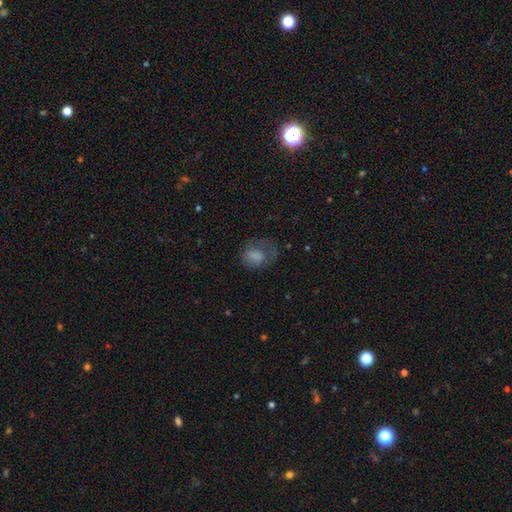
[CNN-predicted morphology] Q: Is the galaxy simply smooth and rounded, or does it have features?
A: smooth — 71%.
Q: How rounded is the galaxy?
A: in between — 61%.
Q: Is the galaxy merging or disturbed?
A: major disturbance — 37%.